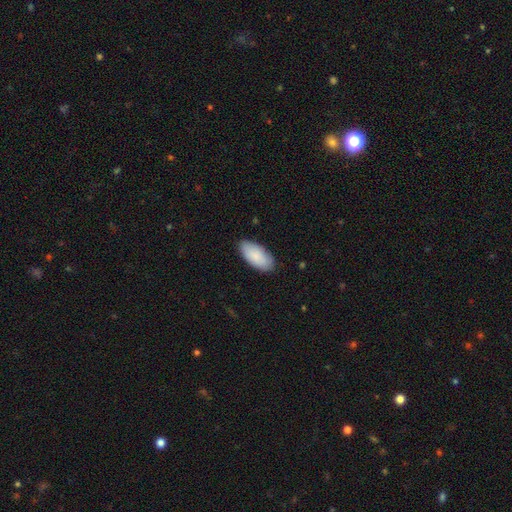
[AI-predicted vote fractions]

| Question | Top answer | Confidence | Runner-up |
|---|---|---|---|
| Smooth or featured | smooth | 86% | featured or disk (8%) |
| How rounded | in between | 93% | cigar-shaped (5%) |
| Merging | none | 84% | minor disturbance (13%) |